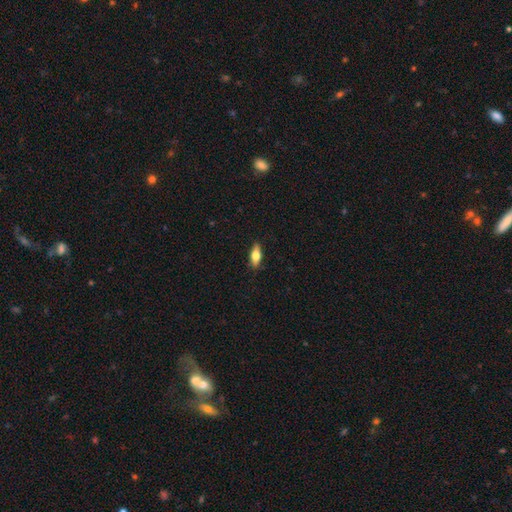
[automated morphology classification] This appears to be a smooth galaxy with no disk features (64%) that is in between round and cigar-shaped (72%). Merging: none (88%).